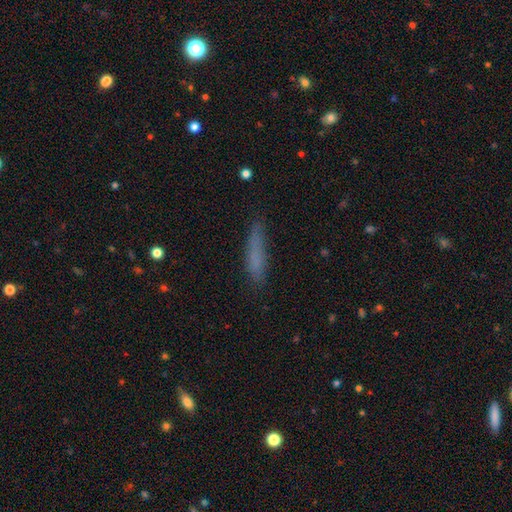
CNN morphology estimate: Overall: smooth (75%). How rounded: cigar-shaped (86%). Merging: none (75%).